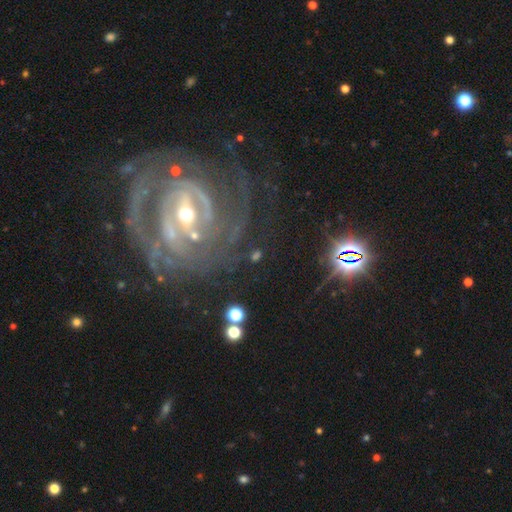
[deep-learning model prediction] This is likely a featured or disk galaxy (66%). It is clearly not viewed edge-on (91%). Bar: marginally strong (39%). Spiral arm pattern: clearly yes (81%). Central bulge: possibly moderate (54%). Merging: likely none (66%).